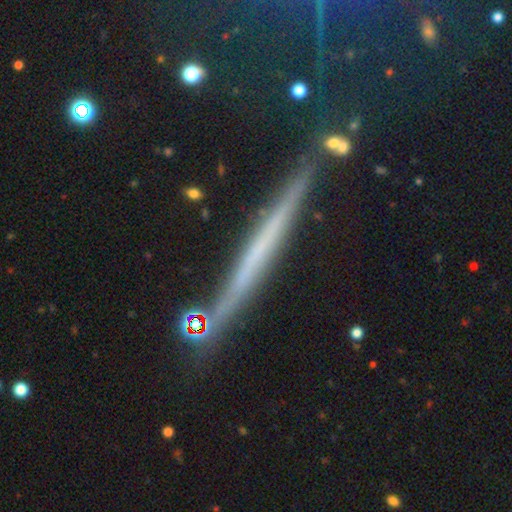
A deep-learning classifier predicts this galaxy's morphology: type=featured or disk (59%); edge-on=yes (95%); edge-on bulge=none (87%); merging=none (81%).